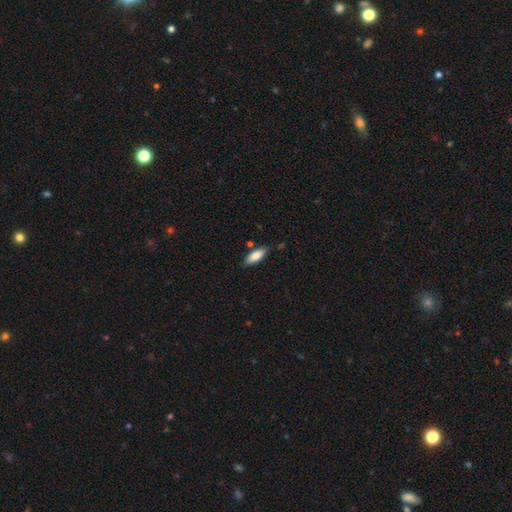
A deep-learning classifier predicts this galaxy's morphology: Overall: smooth (79%). How rounded: in between (67%; cigar-shaped 31%). Merging: none (80%).